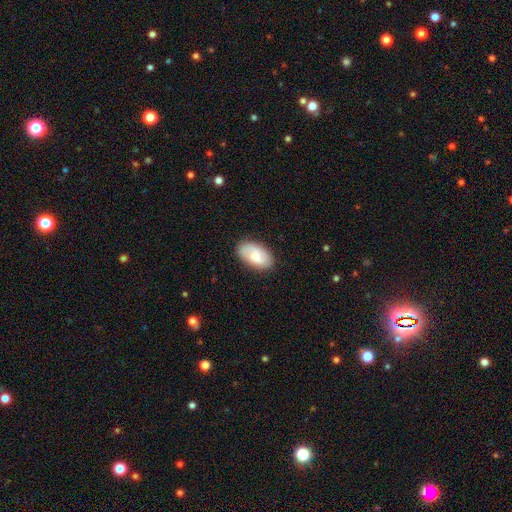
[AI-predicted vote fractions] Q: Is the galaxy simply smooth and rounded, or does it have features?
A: smooth — 59%.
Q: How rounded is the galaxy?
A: in between — 94%.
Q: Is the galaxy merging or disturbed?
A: none — 81%.